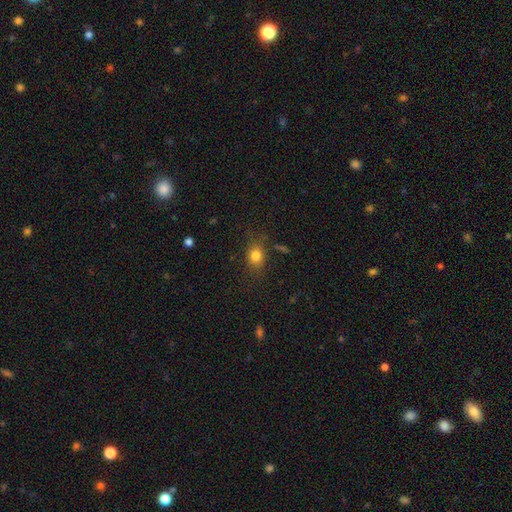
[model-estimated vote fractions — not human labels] Smooth or featured: smooth — 79% (star or artifact — 12%)
How rounded: round — 49% (tied with in between — 49%)
Merging: none — 75% (minor disturbance — 16%)